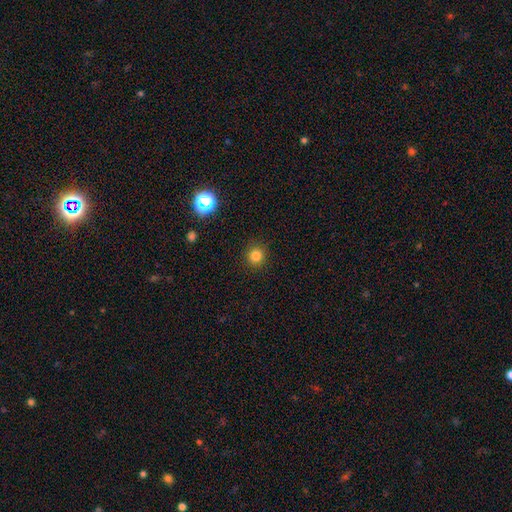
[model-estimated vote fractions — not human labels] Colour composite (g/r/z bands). It shows a smooth galaxy with no disk features (81%) that is round (92%). Merging: none (91%).